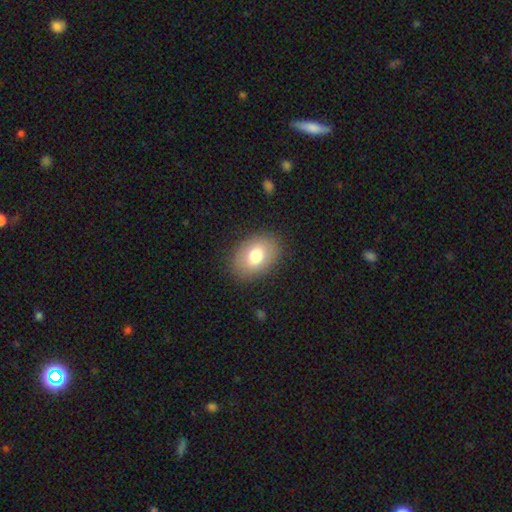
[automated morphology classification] smooth-or-featured: smooth: 75% | featured or disk: 16% | star or artifact: 8%
  how-rounded: in between: 78% | round: 21% | cigar-shaped: 1%
  merging: none: 86% | minor disturbance: 10% | major disturbance: 4% | merger: 1%